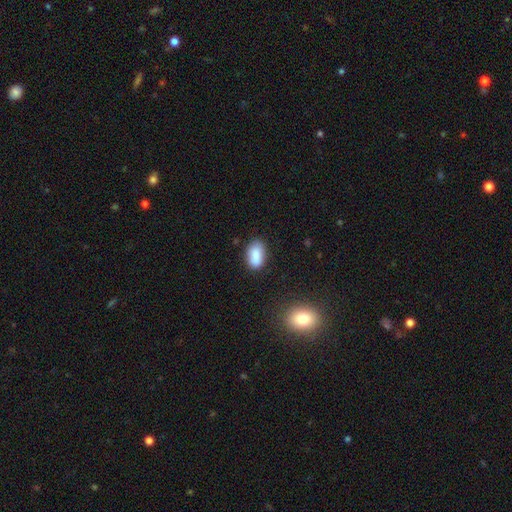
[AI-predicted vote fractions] A smooth galaxy with no disk features (85%) that is in between round and cigar-shaped (90%). Merging: none (77%).